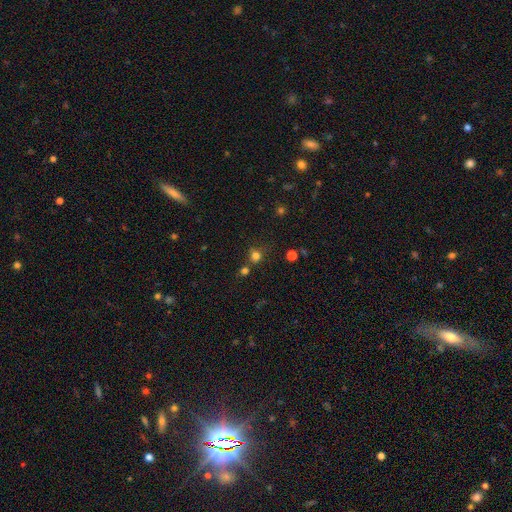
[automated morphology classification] smooth 75%, star or artifact 19%, featured or disk 6%. Down the decision tree: how rounded — round (84%); merging — none (66%).